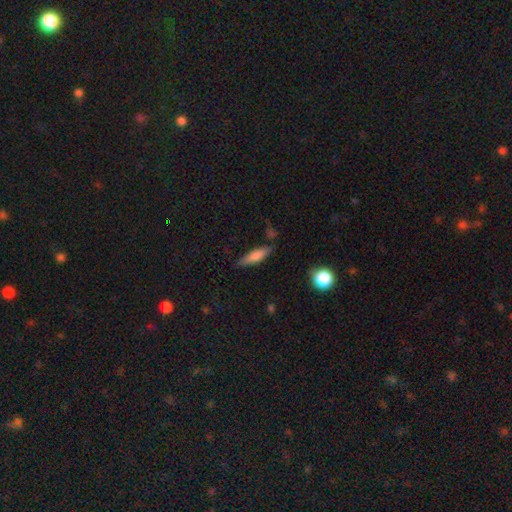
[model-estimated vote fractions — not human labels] Smooth or featured? smooth (70%)
How rounded? cigar-shaped (70%)
Merging? none (78%)